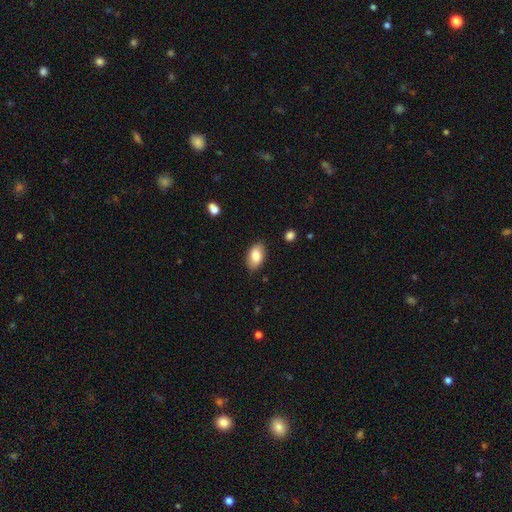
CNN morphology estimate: A smooth galaxy with no disk features (82%) that is in between round and cigar-shaped (92%).

Vote fractions:
- Smooth or featured? smooth: 82% / featured or disk: 11% / star or artifact: 7%
- How rounded? in between: 92% / round: 6% / cigar-shaped: 2%
- Merging? none: 86% / minor disturbance: 11% / major disturbance: 2% / merger: 1%